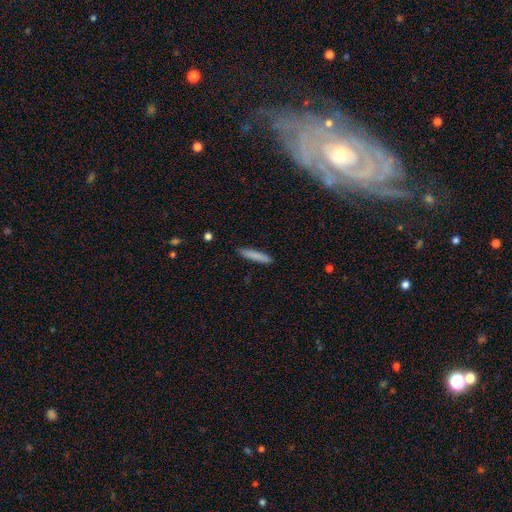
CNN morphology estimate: smooth-or-featured: smooth: 83% | featured or disk: 11% | star or artifact: 6%
  how-rounded: cigar-shaped: 93% | in between: 6% | round: 1%
  merging: none: 89% | minor disturbance: 8% | major disturbance: 2% | merger: 1%